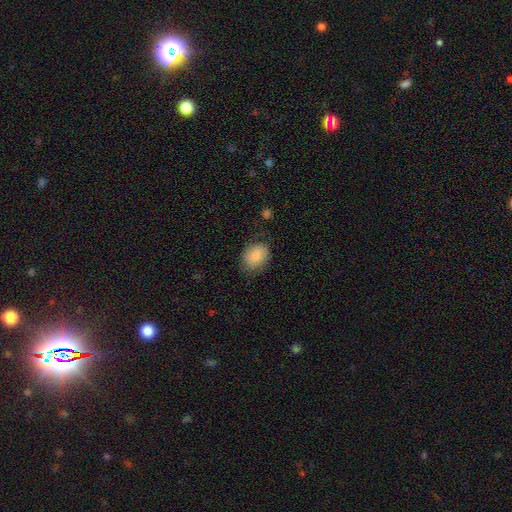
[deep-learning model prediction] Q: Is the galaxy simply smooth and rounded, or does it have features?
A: smooth — 85%.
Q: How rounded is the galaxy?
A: in between — 66%.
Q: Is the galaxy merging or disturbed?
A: none — 72%.